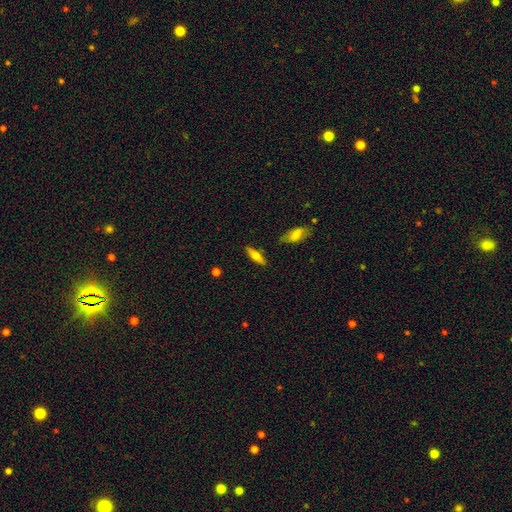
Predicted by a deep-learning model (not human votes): Q: Smooth or featured?
A: smooth (58%); runner-up: featured or disk (36%)
Q: How rounded?
A: cigar-shaped (53%); runner-up: in between (44%)
Q: Merging?
A: none (84%); runner-up: minor disturbance (11%)